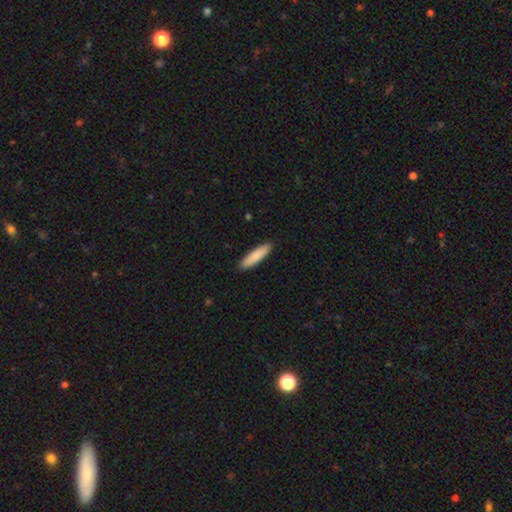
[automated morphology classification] smooth 86%, featured or disk 9%, star or artifact 5%. Down the decision tree: how rounded — cigar-shaped (76%); merging — none (91%).